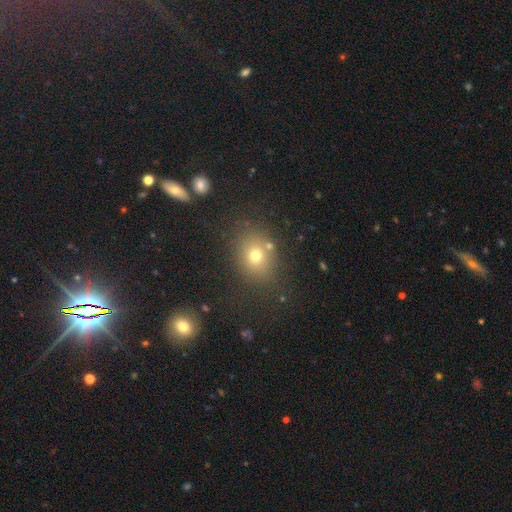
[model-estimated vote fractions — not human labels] Smooth or featured?
  - smooth: 70% *
  - star or artifact: 18%
  - featured or disk: 12%
How rounded?
  - round: 58% *
  - in between: 41%
  - cigar-shaped: 1%
Merging?
  - none: 77% *
  - minor disturbance: 11%
  - merger: 6%
  - major disturbance: 5%